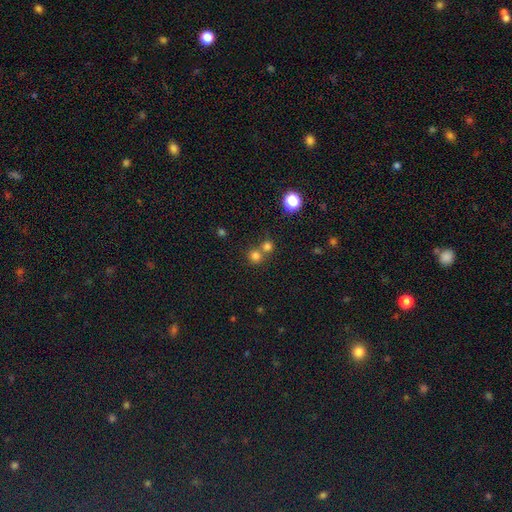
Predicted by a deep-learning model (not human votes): A smooth galaxy with no disk features (75%) that is round (91%).

Vote fractions:
- Smooth or featured? smooth: 75% / star or artifact: 18% / featured or disk: 7%
- How rounded? round: 91% / in between: 8% / cigar-shaped: 1%
- Merging? none: 55% / merger: 38% / minor disturbance: 5% / major disturbance: 2%